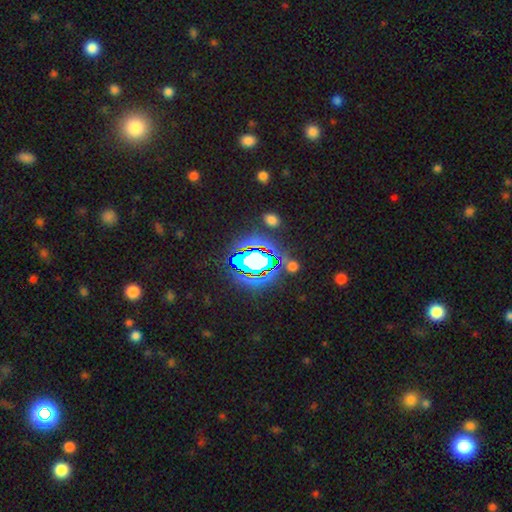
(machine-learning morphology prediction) Smooth or featured? Predicted: star or artifact (p=0.81).